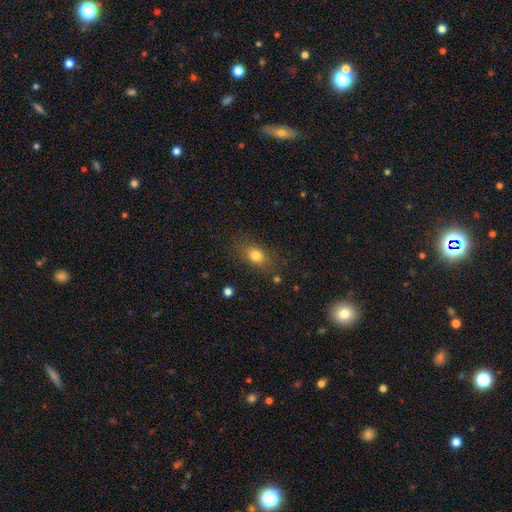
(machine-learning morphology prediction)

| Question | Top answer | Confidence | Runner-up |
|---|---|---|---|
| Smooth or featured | smooth | 78% | star or artifact (12%) |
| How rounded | in between | 64% | round (31%) |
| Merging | none | 78% | minor disturbance (15%) |